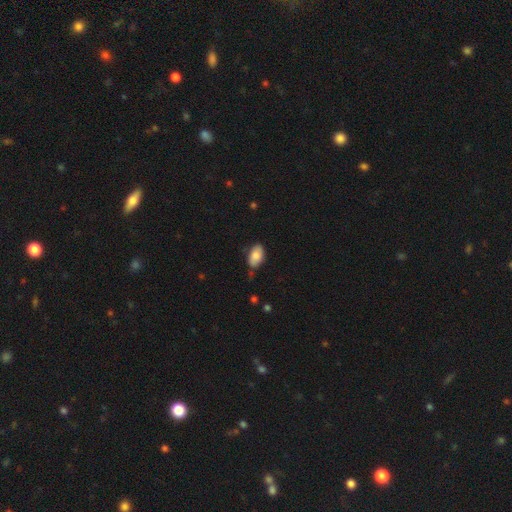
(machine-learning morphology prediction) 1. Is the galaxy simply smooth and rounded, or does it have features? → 81% smooth, 13% featured or disk, 7% star or artifact.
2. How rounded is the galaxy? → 94% in between, 4% round, 2% cigar-shaped.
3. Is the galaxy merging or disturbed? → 71% none, 23% minor disturbance, 4% major disturbance, 2% merger.